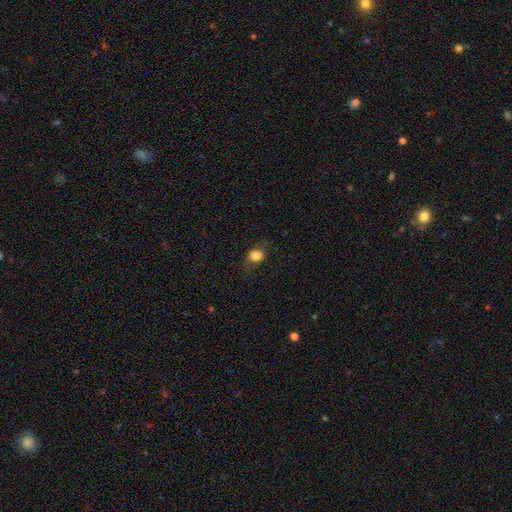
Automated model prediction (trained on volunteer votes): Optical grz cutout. It shows a smooth galaxy with no disk features (81%) that is in between round and cigar-shaped (51%). Merging: none (72%).